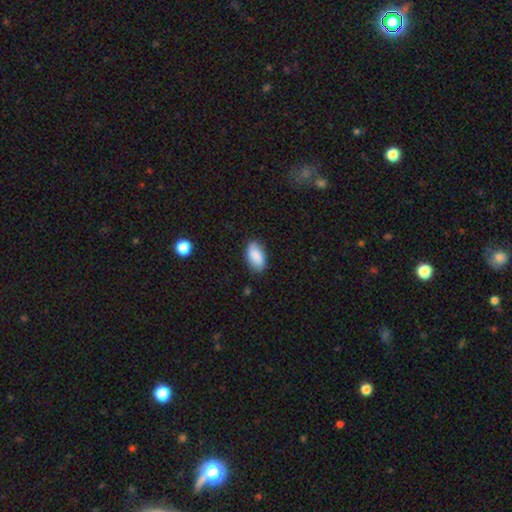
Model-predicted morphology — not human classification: smooth 86%, featured or disk 8%, star or artifact 7%. Down the decision tree: how rounded — in between (93%); merging — none (79%).